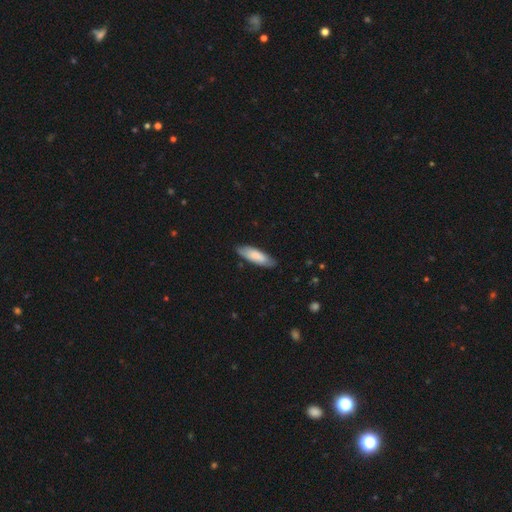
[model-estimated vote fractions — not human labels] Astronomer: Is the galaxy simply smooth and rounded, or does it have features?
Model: smooth — 78%.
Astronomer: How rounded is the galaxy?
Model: in between — 53% (runner-up: cigar-shaped, 46%).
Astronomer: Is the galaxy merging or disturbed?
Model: none — 81%.